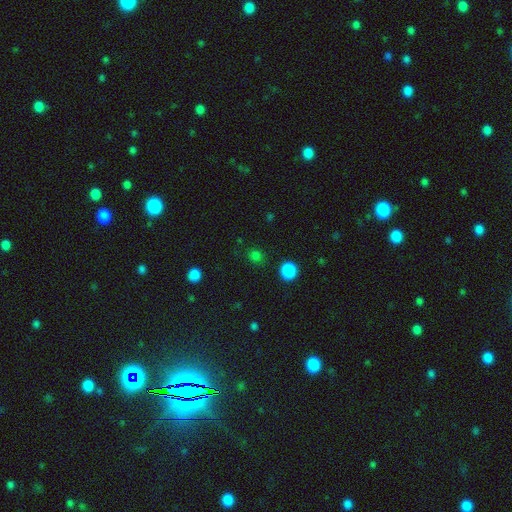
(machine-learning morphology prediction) Smooth or featured: smooth — 78% (star or artifact — 19%)
How rounded: round — 82% (in between — 17%)
Merging: none — 85% (minor disturbance — 9%)